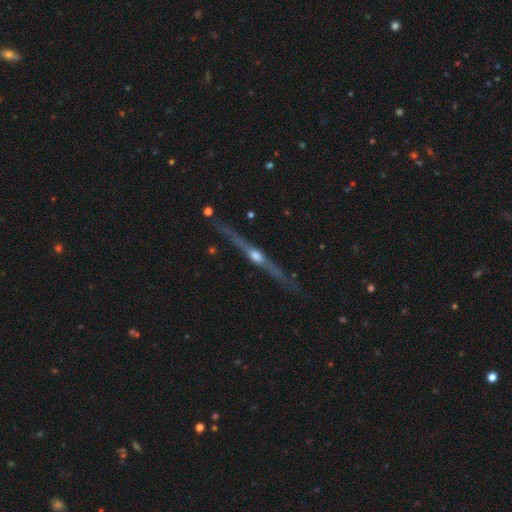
Smooth or featured? featured or disk (87%)
Edge-on disk? yes (100%)
Edge-on bulge? rounded (79%)
Merging? none (84%)